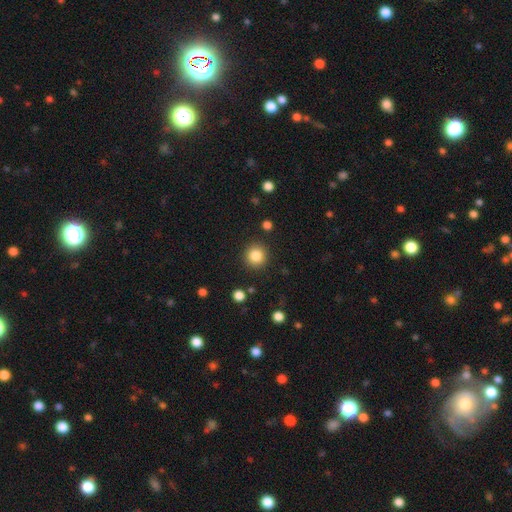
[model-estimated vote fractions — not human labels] Overall: smooth (84%). How rounded: round (93%). Merging: none (90%).